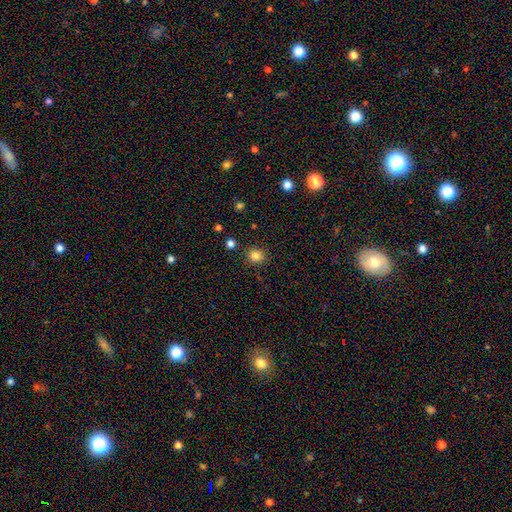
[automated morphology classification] Smooth or featured?
  - smooth: 83% *
  - star or artifact: 12%
  - featured or disk: 5%
How rounded?
  - round: 80% *
  - in between: 19%
  - cigar-shaped: 1%
Merging?
  - none: 87% *
  - minor disturbance: 8%
  - merger: 3%
  - major disturbance: 2%